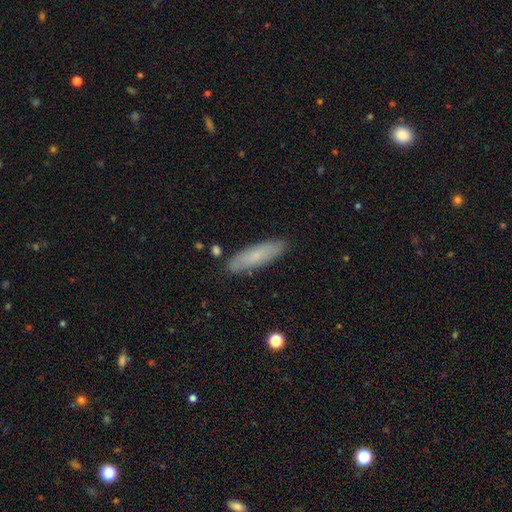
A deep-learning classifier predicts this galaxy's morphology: Smooth or featured? Predicted: smooth (p=0.74). How rounded? Predicted: cigar-shaped (p=0.66). Merging? Predicted: none (p=0.86).